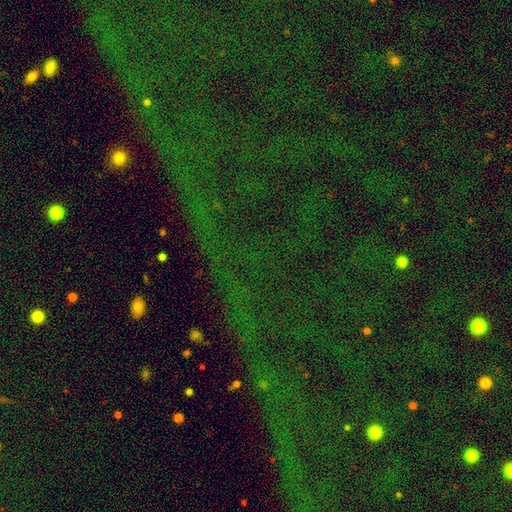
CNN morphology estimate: smooth-or-featured: star or artifact: 83% | smooth: 9% | featured or disk: 8%